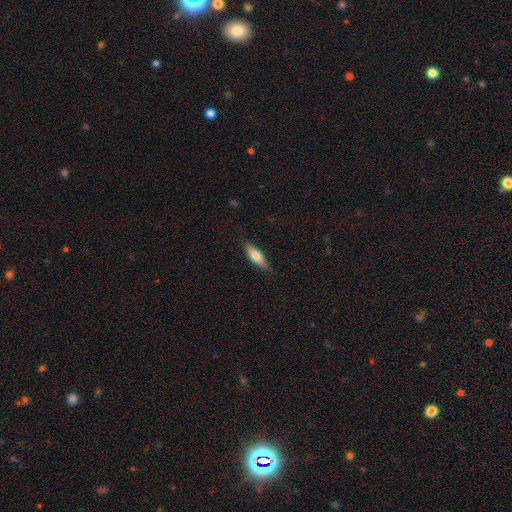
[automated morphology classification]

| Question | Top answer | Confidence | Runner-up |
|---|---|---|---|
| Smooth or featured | smooth | 70% | featured or disk (24%) |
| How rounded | cigar-shaped | 49% | tied: in between (49%) |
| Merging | none | 84% | minor disturbance (13%) |